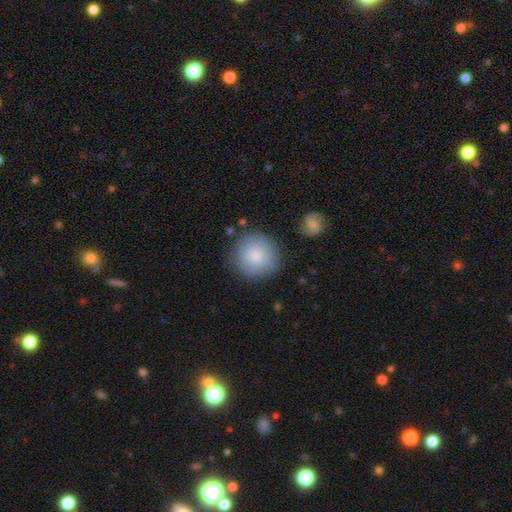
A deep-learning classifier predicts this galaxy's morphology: This is likely a smooth galaxy (76%). How rounded: clearly round (95%). Merging: clearly none (81%).